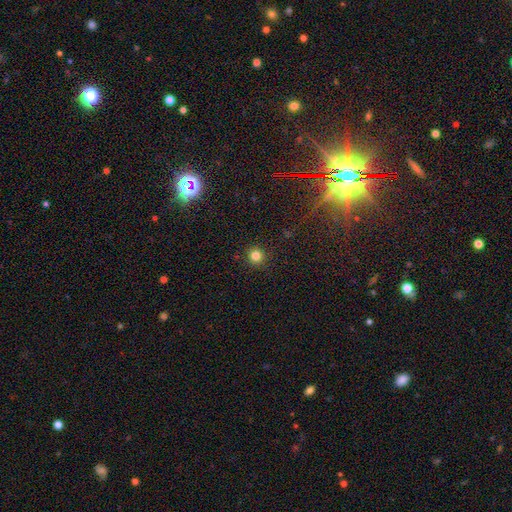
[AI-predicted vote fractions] This is clearly a smooth galaxy (82%). How rounded: clearly round (94%). Merging: clearly none (92%).